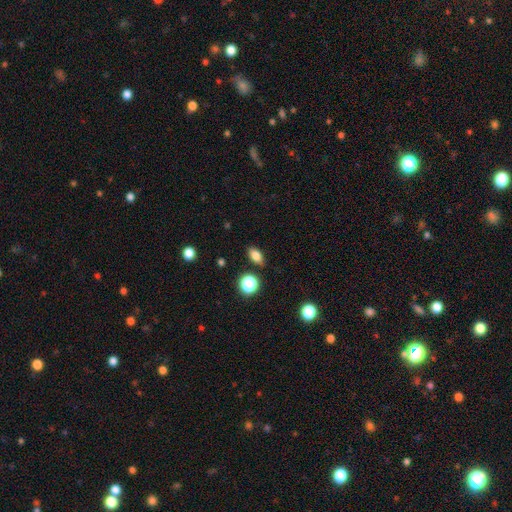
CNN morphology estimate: Q: Smooth or featured?
A: smooth (80%); runner-up: star or artifact (12%)
Q: How rounded?
A: in between (81%); runner-up: round (14%)
Q: Merging?
A: none (86%); runner-up: minor disturbance (9%)